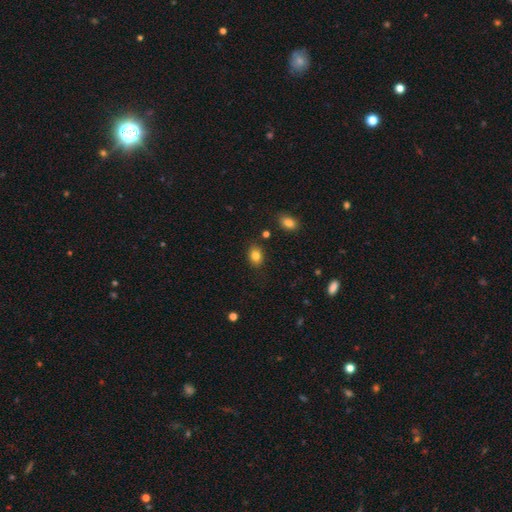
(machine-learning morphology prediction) smooth_or_featured: smooth (p=0.83) [alt: star or artifact p=0.10]
how_rounded: in between (p=0.66) [alt: round p=0.33]
merging: none (p=0.85) [alt: minor disturbance p=0.10]